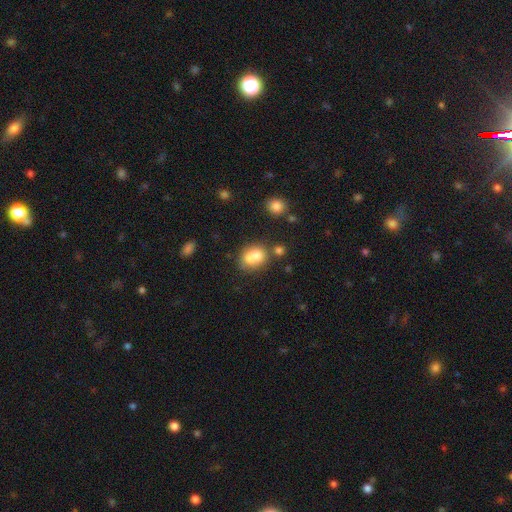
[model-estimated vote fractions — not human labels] The model was most divided on "merging": merger: 51%, none: 34%, minor disturbance: 10%, major disturbance: 4%. More confident: smooth or featured — smooth (71%); how rounded — round (65%).